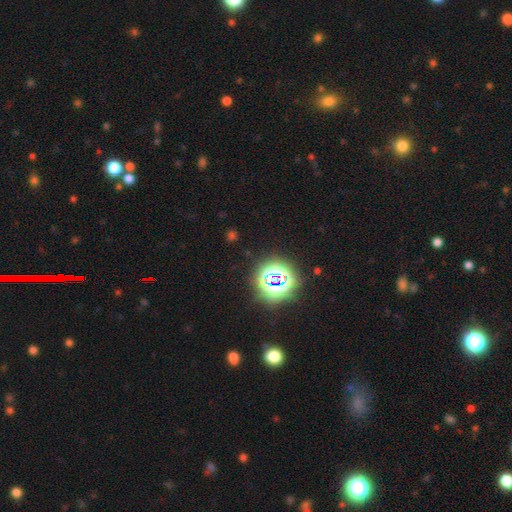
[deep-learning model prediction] Morphology: type=star or artifact (79%).